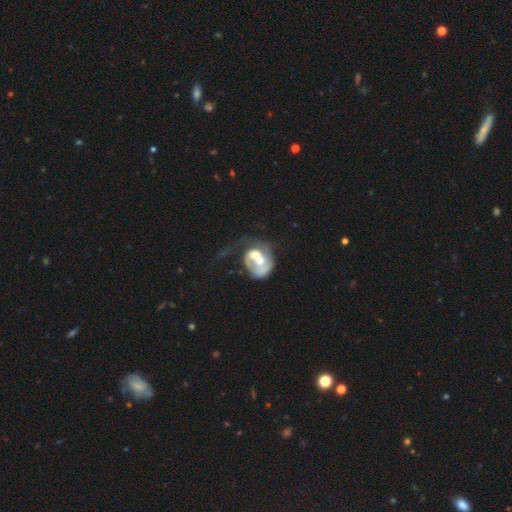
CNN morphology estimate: Smooth or featured? featured or disk (59%)
Edge-on disk? no (97%)
Bar? no (80%)
Spiral arms? no (58%)
Bulge size? moderate (63%)
Merging? merger (64%)